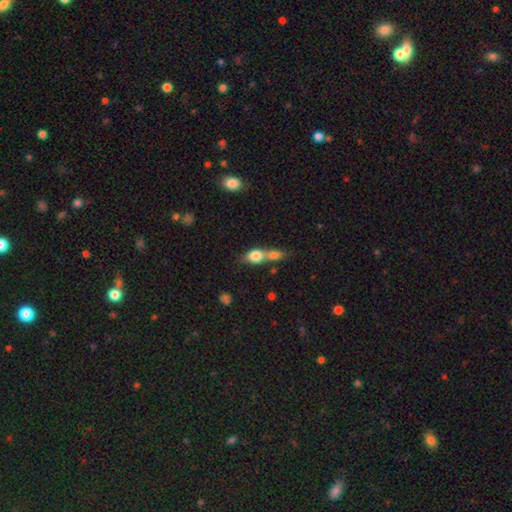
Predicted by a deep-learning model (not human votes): Q: Smooth or featured?
A: smooth (75%); runner-up: featured or disk (17%)
Q: How rounded?
A: in between (58%); runner-up: round (33%)
Q: Merging?
A: merger (68%); runner-up: none (19%)